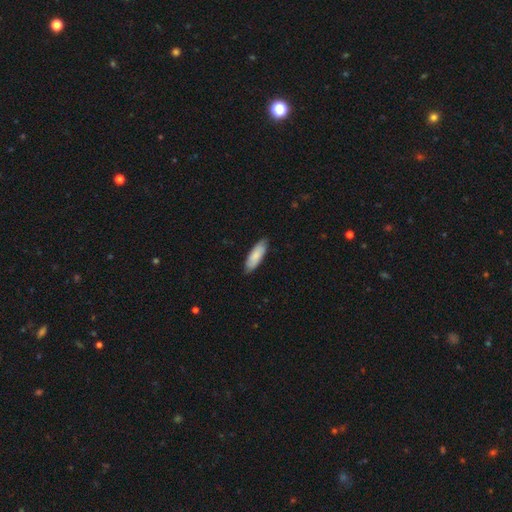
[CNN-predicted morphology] smooth-or-featured: smooth: 78% | featured or disk: 17% | star or artifact: 5%
  how-rounded: in between: 64% | cigar-shaped: 34% | round: 1%
  merging: none: 82% | minor disturbance: 15% | major disturbance: 2% | merger: 1%